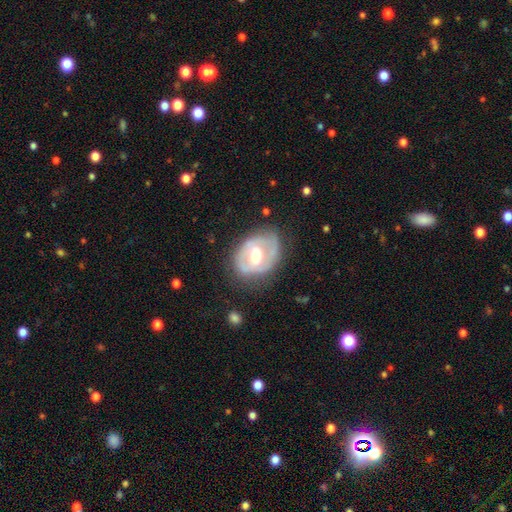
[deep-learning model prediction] smooth-or-featured: featured or disk: 70% | smooth: 25% | star or artifact: 5%
  disk-edge-on: no: 95% | yes: 5%
    bar: weak: 42% | no: 34% | strong: 24%
    has-spiral-arms: no: 50% (tied) | yes: 50% (tied)
    bulge-size: moderate: 70% | large: 19% | small: 8% | dominant: 1% | none: 1%
  merging: none: 67% | minor disturbance: 23% | major disturbance: 9% | merger: 1%